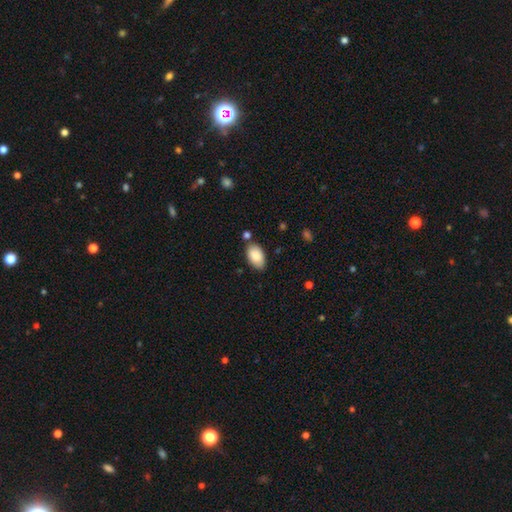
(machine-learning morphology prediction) This appears to be a smooth galaxy with no disk features (87%) that is in between round and cigar-shaped (94%). Merging: none (78%).